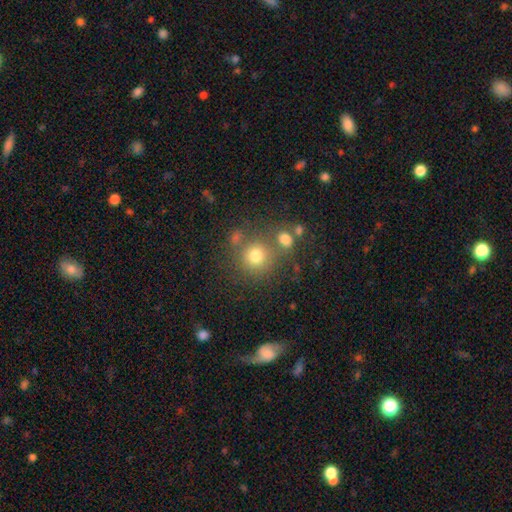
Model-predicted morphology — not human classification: type=smooth (75%); roundness=round (90%); merging=none (64%).